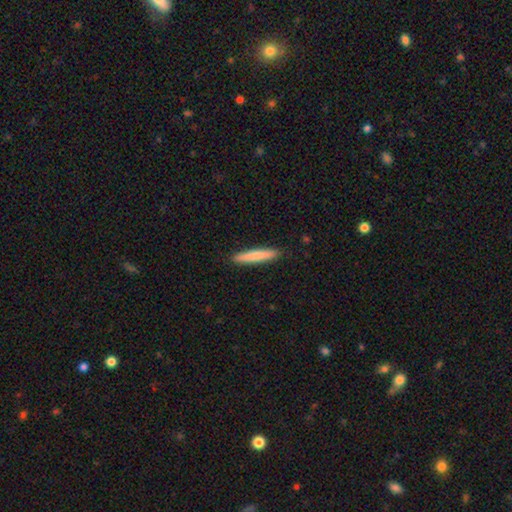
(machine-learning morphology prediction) smooth_or_featured: smooth (p=0.78) [alt: featured or disk p=0.17]
how_rounded: cigar-shaped (p=0.93) [alt: in between p=0.05]
merging: none (p=0.91) [alt: minor disturbance p=0.07]